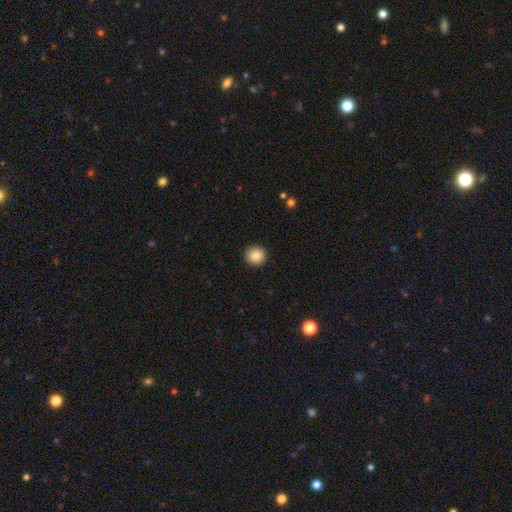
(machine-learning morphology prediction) Smooth or featured?
  - smooth: 87% *
  - star or artifact: 9%
  - featured or disk: 4%
How rounded?
  - round: 93% *
  - in between: 6%
  - cigar-shaped: 1%
Merging?
  - none: 93% *
  - minor disturbance: 5%
  - major disturbance: 2%
  - merger: 1%